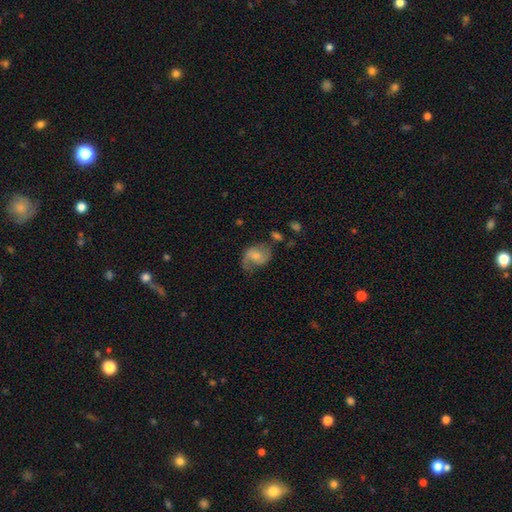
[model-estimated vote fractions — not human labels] smooth-or-featured: featured or disk: 52% | smooth: 40% | star or artifact: 8%
  disk-edge-on: no: 97% | yes: 3%
    bar: no: 52% | weak: 39% | strong: 9%
    has-spiral-arms: yes: 84% | no: 16%
    bulge-size: small: 40% | moderate: 37% | none: 15% | large: 7% | dominant: 2%
  merging: none: 44% | minor disturbance: 28% | major disturbance: 22% | merger: 5%